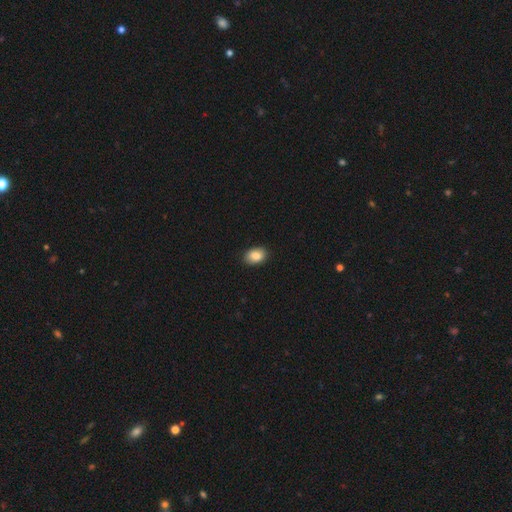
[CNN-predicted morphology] This appears to be a smooth galaxy with no disk features (87%) that is in between round and cigar-shaped (84%). Merging: none (89%).